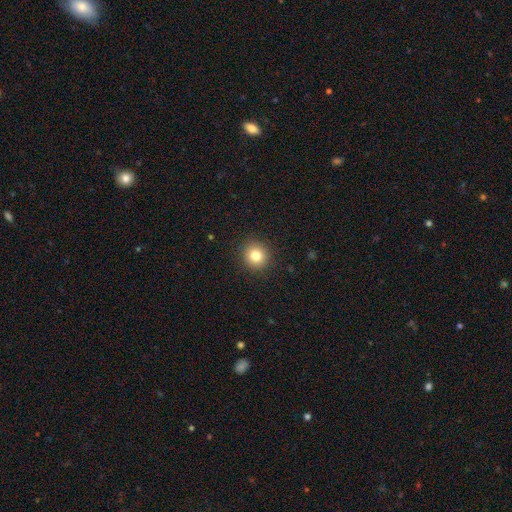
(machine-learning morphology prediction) Smooth or featured?
  - smooth: 81% *
  - star or artifact: 11%
  - featured or disk: 7%
How rounded?
  - round: 92% *
  - in between: 7%
  - cigar-shaped: 1%
Merging?
  - none: 91% *
  - minor disturbance: 6%
  - major disturbance: 2%
  - merger: 1%